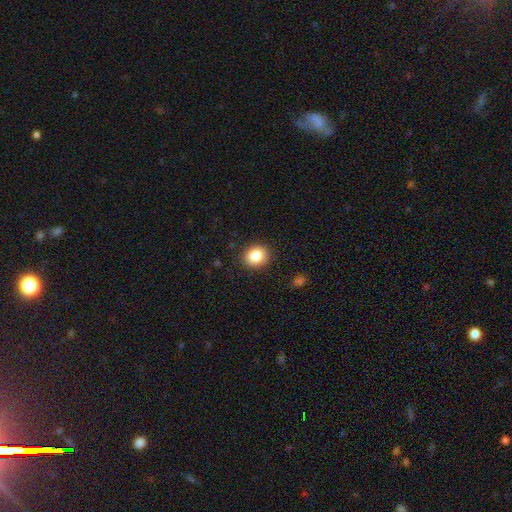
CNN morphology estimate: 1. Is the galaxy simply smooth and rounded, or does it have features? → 86% smooth, 9% star or artifact, 5% featured or disk.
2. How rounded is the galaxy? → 61% round, 39% in between, 1% cigar-shaped.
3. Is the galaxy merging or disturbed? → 88% none, 8% minor disturbance, 2% major disturbance, 1% merger.